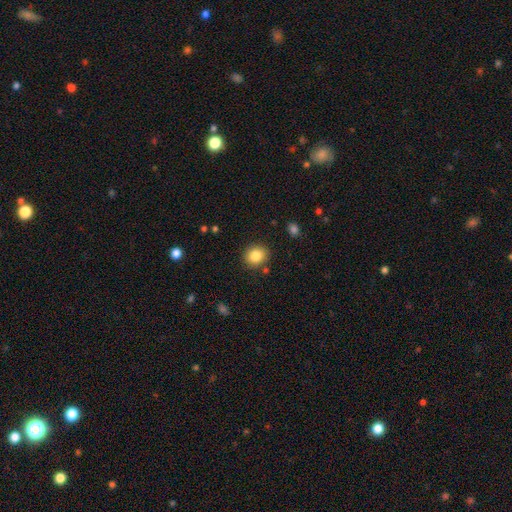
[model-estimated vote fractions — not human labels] The model was most divided on "how rounded": round: 79%, in between: 20%, cigar-shaped: 1%. More confident: merging — none (86%); smooth or featured — smooth (84%).